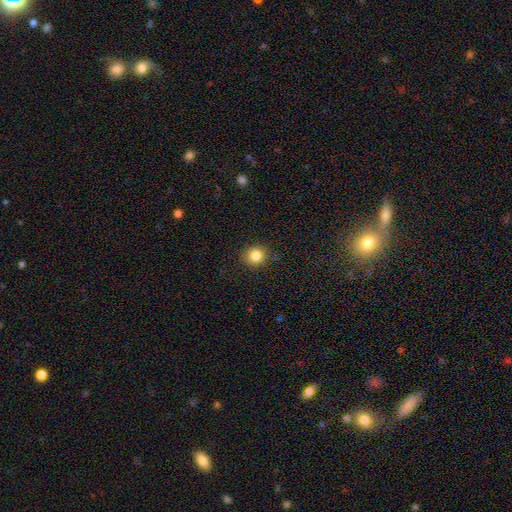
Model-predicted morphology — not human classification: Q: Smooth or featured?
A: smooth (84%); runner-up: star or artifact (11%)
Q: How rounded?
A: round (86%); runner-up: in between (13%)
Q: Merging?
A: none (88%); runner-up: minor disturbance (9%)